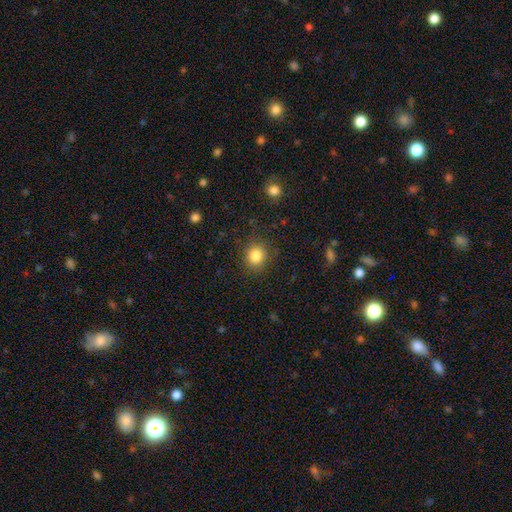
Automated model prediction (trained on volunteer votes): A smooth galaxy with no disk features (84%) that is round (81%).

Vote fractions:
- Smooth or featured? smooth: 84% / star or artifact: 11% / featured or disk: 5%
- How rounded? round: 81% / in between: 18% / cigar-shaped: 1%
- Merging? none: 86% / minor disturbance: 9% / major disturbance: 3% / merger: 1%